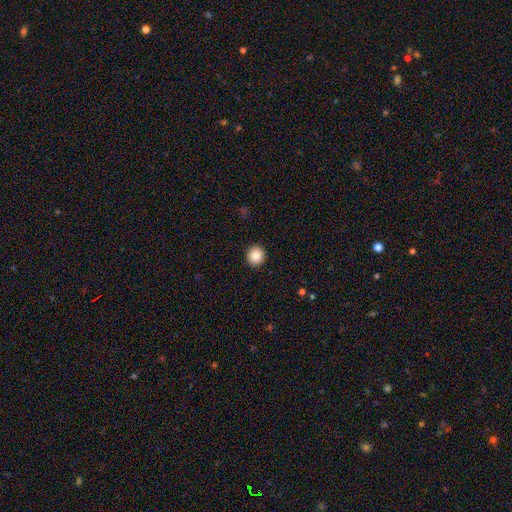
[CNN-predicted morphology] smooth 85%, star or artifact 9%, featured or disk 5%. Down the decision tree: how rounded — round (93%); merging — none (93%).